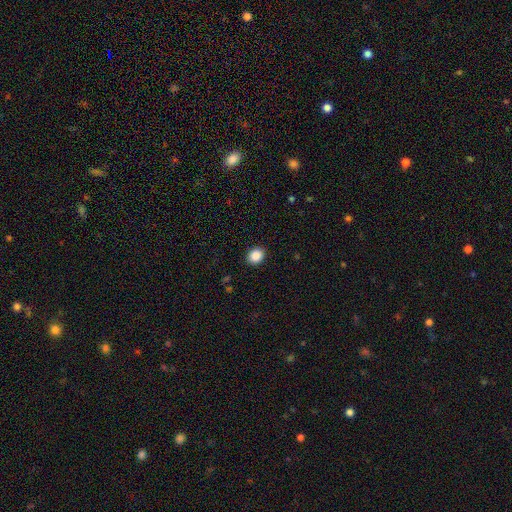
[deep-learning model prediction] The model was most divided on "how rounded": round: 59%, in between: 40%, cigar-shaped: 1%. More confident: merging — none (91%); smooth or featured — smooth (88%).